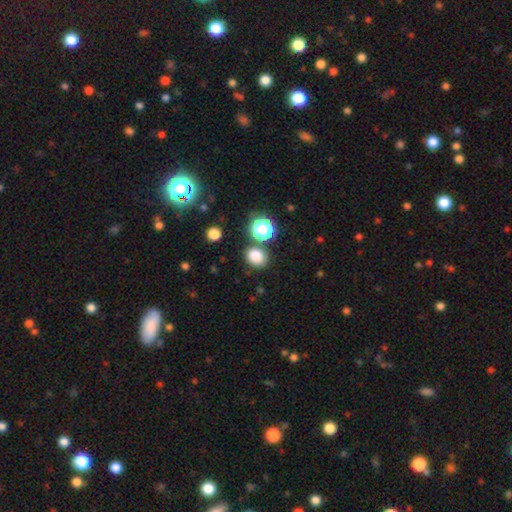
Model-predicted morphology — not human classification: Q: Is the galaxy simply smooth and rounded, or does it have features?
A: smooth — 80%.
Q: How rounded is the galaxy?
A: round — 60%.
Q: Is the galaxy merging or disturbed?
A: none — 77%.